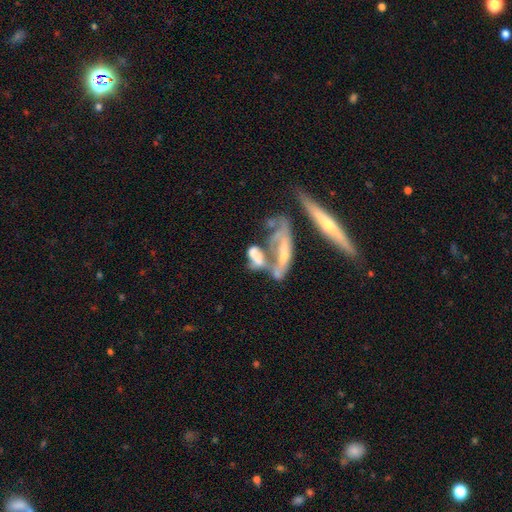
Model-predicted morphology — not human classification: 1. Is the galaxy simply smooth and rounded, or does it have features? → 47% featured or disk, 42% smooth, 11% star or artifact.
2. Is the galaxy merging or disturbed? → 66% merger, 17% major disturbance, 10% none, 7% minor disturbance.